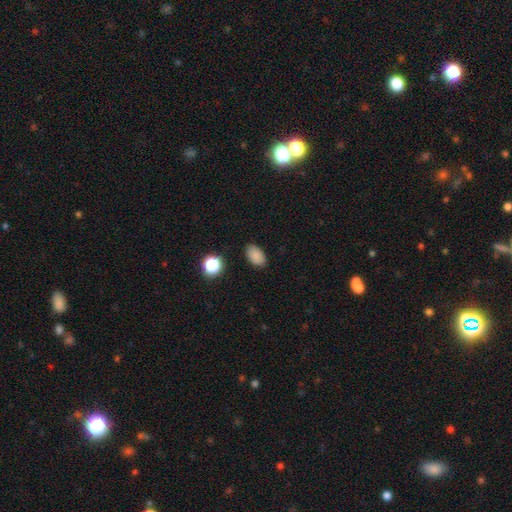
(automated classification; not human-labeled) A smooth galaxy with no disk features (85%) that is in between round and cigar-shaped (90%). Merging: none (86%).